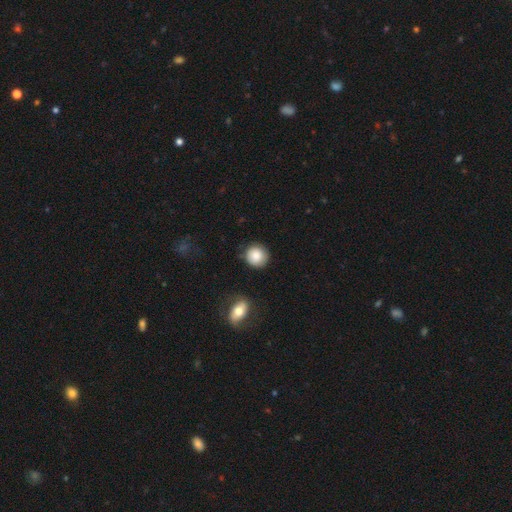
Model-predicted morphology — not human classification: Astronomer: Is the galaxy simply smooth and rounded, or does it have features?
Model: smooth — 86%.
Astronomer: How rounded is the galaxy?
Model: round — 90%.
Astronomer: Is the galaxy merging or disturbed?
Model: none — 83%.